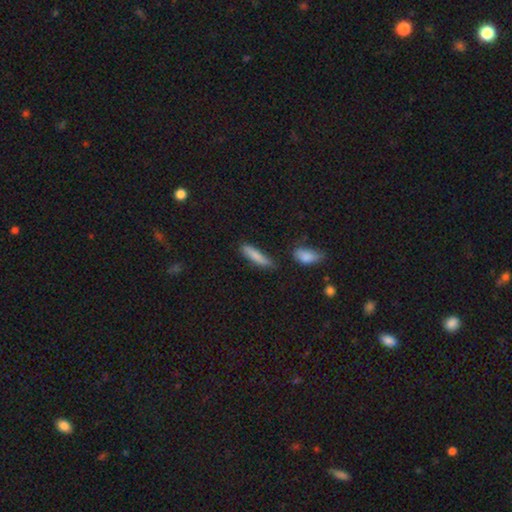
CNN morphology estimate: Smooth or featured?
  - smooth: 84% *
  - featured or disk: 9%
  - star or artifact: 7%
How rounded?
  - cigar-shaped: 73% *
  - in between: 25%
  - round: 2%
Merging?
  - none: 73% *
  - minor disturbance: 17%
  - merger: 6%
  - major disturbance: 4%